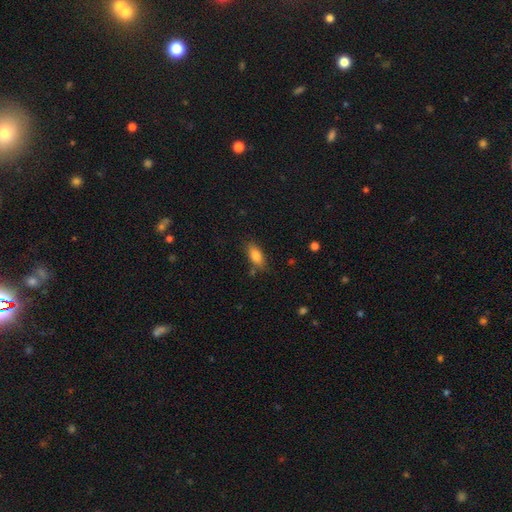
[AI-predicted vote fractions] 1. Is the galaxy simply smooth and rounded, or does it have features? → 83% smooth, 9% featured or disk, 8% star or artifact.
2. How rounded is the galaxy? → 83% in between, 14% cigar-shaped, 4% round.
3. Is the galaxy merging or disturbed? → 75% none, 17% minor disturbance, 4% merger, 4% major disturbance.